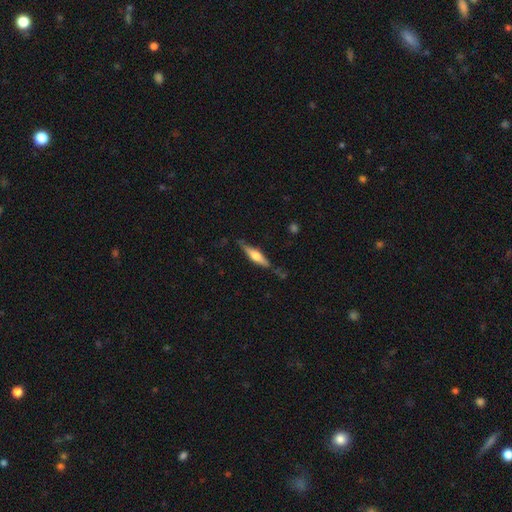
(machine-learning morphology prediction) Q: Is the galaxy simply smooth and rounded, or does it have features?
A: featured or disk — 60%.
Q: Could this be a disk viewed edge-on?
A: yes — 95%.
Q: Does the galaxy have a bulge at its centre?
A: rounded — 85%.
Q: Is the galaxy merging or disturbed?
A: none — 76%.